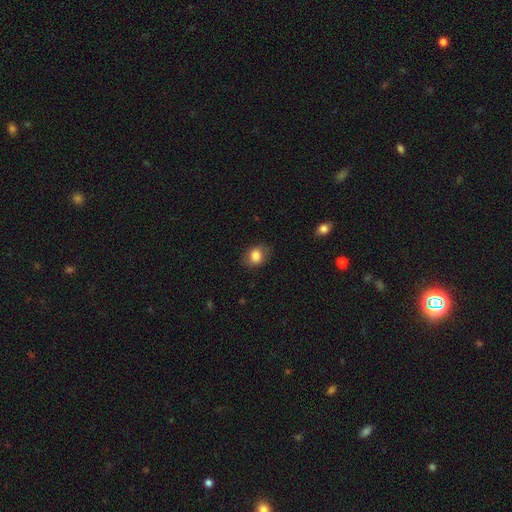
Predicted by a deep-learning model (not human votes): The model was most divided on "how rounded": in between: 57%, round: 42%, cigar-shaped: 1%. More confident: smooth or featured — smooth (80%); merging — none (77%).